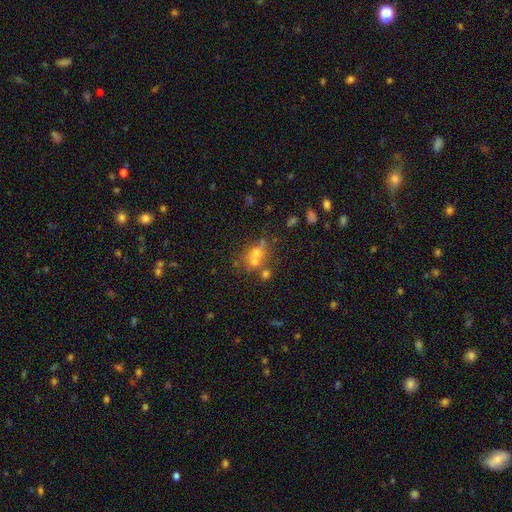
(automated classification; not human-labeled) Smooth or featured? smooth (56%)
How rounded? round (70%)
Merging? merger (45%)